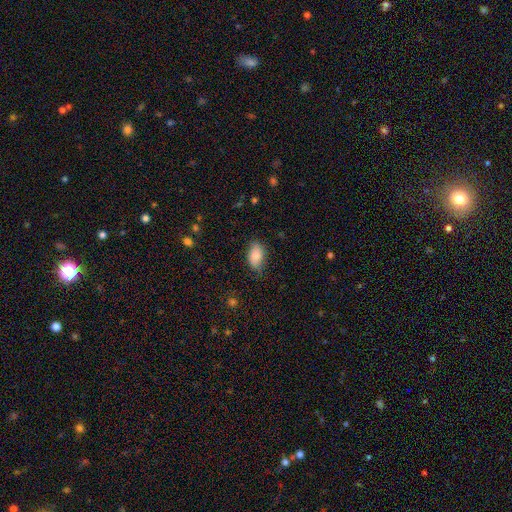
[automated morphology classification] type=smooth (81%); roundness=in between (92%); merging=none (74%).